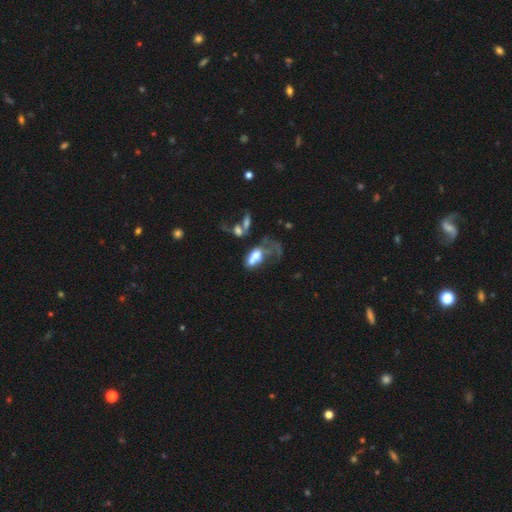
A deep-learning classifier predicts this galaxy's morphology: A smooth galaxy with no disk features (48%).

Vote fractions:
- Smooth or featured? smooth: 48% / featured or disk: 40% / star or artifact: 12%
- Merging? merger: 51% / major disturbance: 30% / none: 11% / minor disturbance: 8%